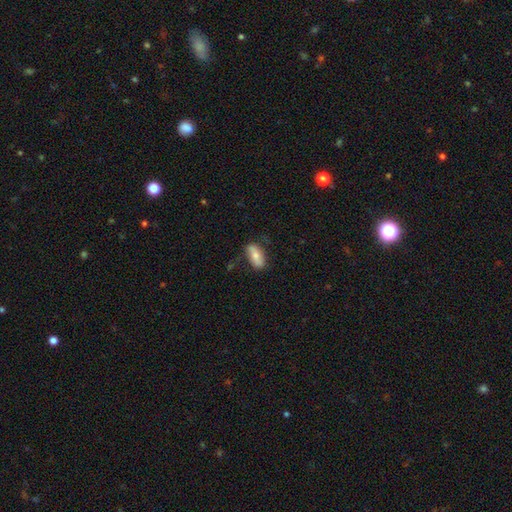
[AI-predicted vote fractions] A smooth galaxy with no disk features (74%) that is in between round and cigar-shaped (85%).

Vote fractions:
- Smooth or featured? smooth: 74% / featured or disk: 20% / star or artifact: 6%
- How rounded? in between: 85% / cigar-shaped: 12% / round: 3%
- Merging? none: 72% / minor disturbance: 21% / major disturbance: 5% / merger: 2%